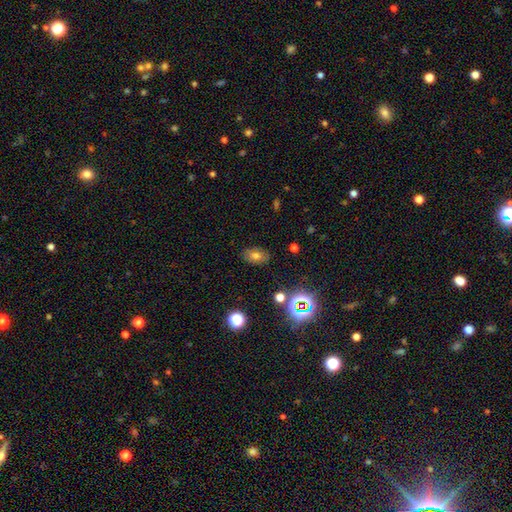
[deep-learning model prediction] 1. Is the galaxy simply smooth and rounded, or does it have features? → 69% smooth, 17% star or artifact, 14% featured or disk.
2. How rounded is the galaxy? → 84% in between, 15% round, 2% cigar-shaped.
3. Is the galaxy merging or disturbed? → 84% none, 11% minor disturbance, 3% major disturbance, 2% merger.